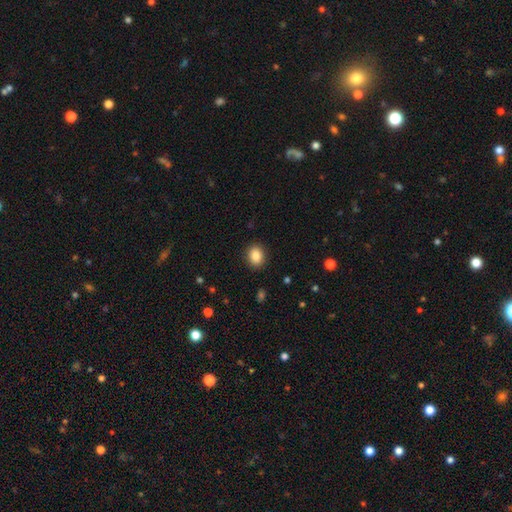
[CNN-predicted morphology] The model was most divided on "how rounded": in between: 52%, round: 47%, cigar-shaped: 1%. More confident: merging — none (90%); smooth or featured — smooth (87%).